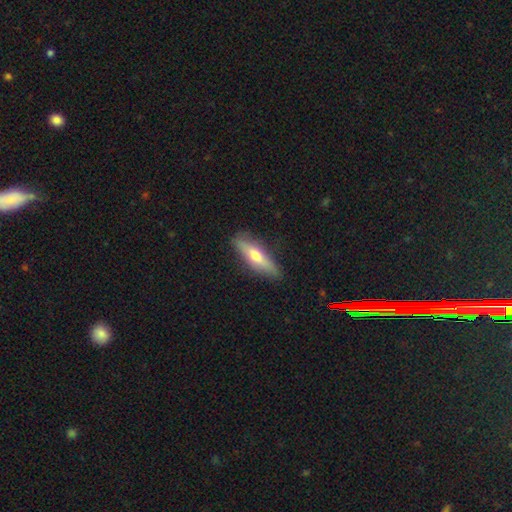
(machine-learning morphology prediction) smooth-or-featured: smooth: 52% | featured or disk: 42% | star or artifact: 6%
  how-rounded: cigar-shaped: 63% | in between: 34% | round: 2%
  merging: none: 84% | minor disturbance: 12% | major disturbance: 3% | merger: 1%